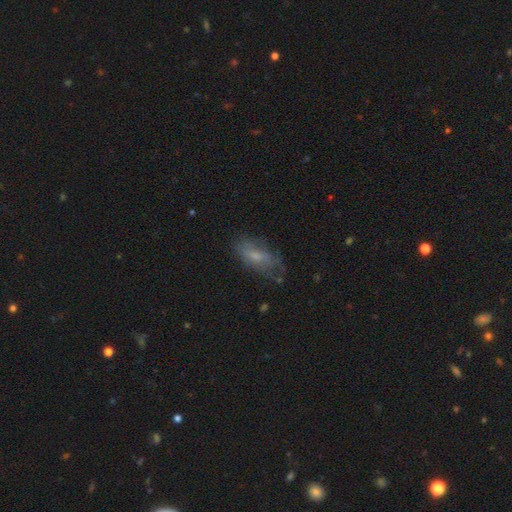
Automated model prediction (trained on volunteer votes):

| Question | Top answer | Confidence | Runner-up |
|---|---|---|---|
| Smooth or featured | smooth | 58% | featured or disk (32%) |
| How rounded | in between | 82% | cigar-shaped (15%) |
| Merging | none | 58% | minor disturbance (27%) |